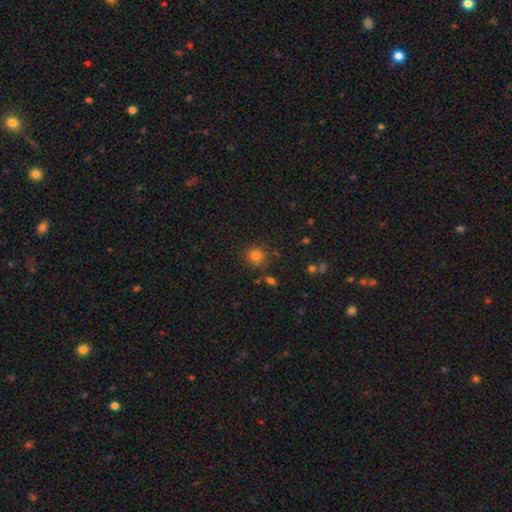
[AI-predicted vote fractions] Smooth or featured?
  - smooth: 79% *
  - star or artifact: 15%
  - featured or disk: 6%
How rounded?
  - round: 86% *
  - in between: 13%
  - cigar-shaped: 1%
Merging?
  - none: 80% *
  - minor disturbance: 11%
  - merger: 5%
  - major disturbance: 3%